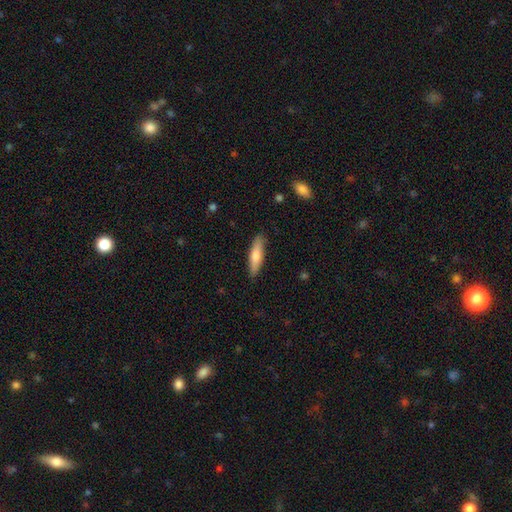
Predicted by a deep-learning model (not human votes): Smooth or featured? smooth (70%)
How rounded? cigar-shaped (75%)
Merging? none (88%)